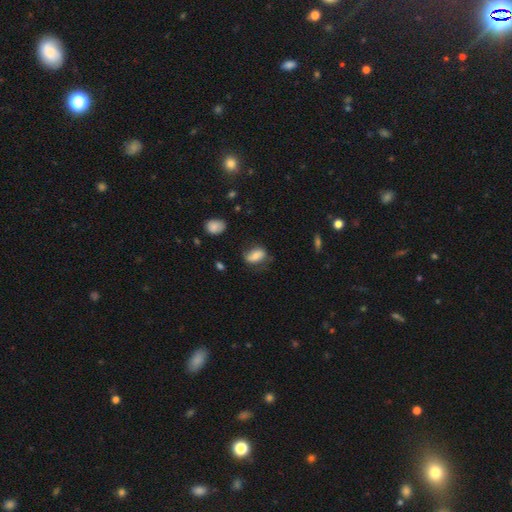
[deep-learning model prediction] The model was most divided on "merging": none: 56%, minor disturbance: 29%, major disturbance: 13%, merger: 2%. More confident: how rounded — in between (86%); smooth or featured — smooth (70%).